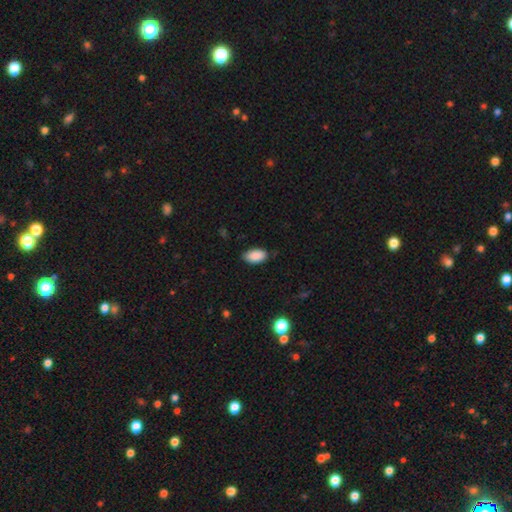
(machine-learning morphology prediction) Smooth or featured: smooth — 89% (star or artifact — 7%)
How rounded: in between — 95% (round — 4%)
Merging: none — 79% (minor disturbance — 17%)